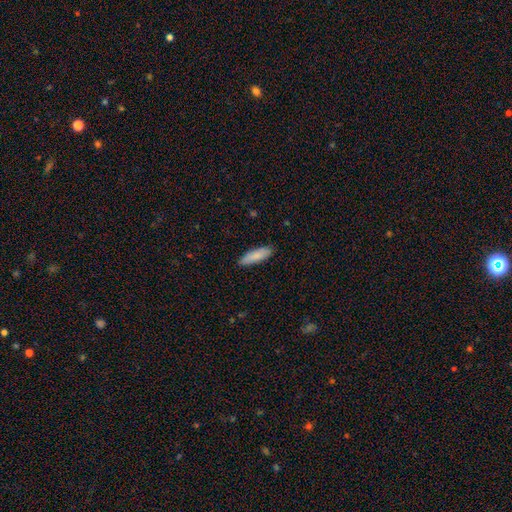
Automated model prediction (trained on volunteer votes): Smooth or featured: smooth — 86% (featured or disk — 9%)
How rounded: cigar-shaped — 54% (in between — 45%)
Merging: none — 88% (minor disturbance — 10%)